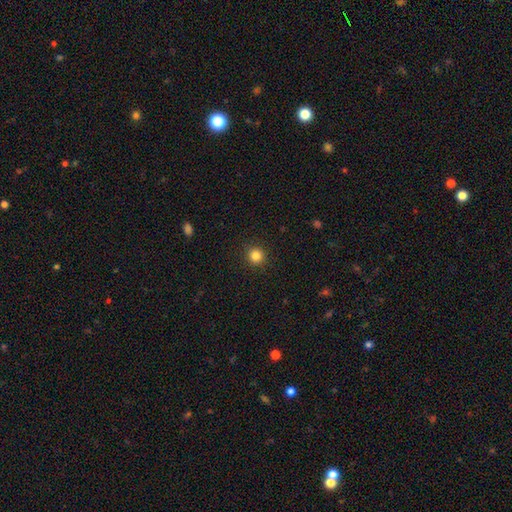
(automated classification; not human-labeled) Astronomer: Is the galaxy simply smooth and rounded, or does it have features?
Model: smooth — 84%.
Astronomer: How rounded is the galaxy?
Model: round — 94%.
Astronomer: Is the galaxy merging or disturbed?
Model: none — 92%.